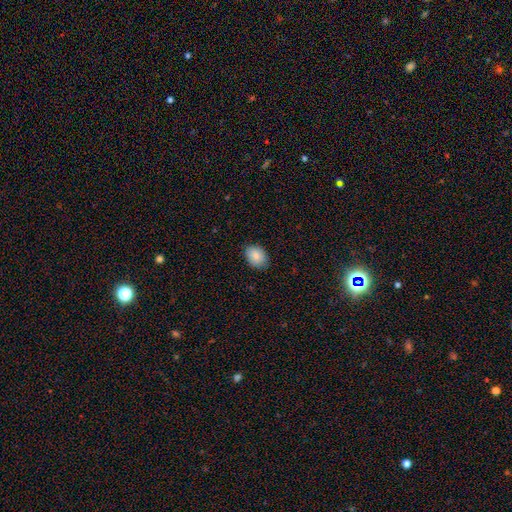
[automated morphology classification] smooth-or-featured: smooth: 88% | star or artifact: 7% | featured or disk: 5%
  how-rounded: in between: 71% | round: 28% | cigar-shaped: 1%
  merging: none: 83% | minor disturbance: 14% | major disturbance: 2% | merger: 1%